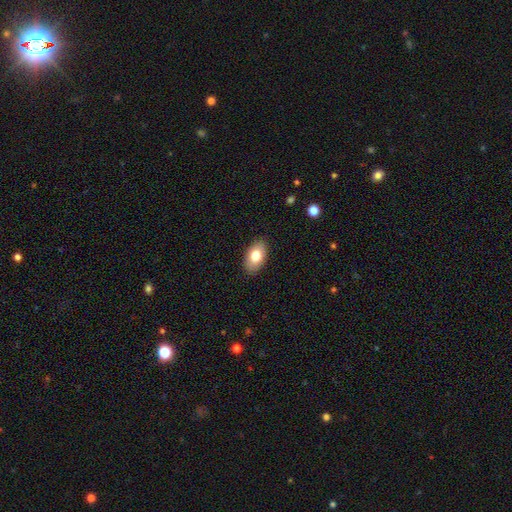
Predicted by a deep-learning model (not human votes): smooth_or_featured: smooth (p=0.79) [alt: featured or disk p=0.14]
how_rounded: in between (p=0.92) [alt: round p=0.06]
merging: none (p=0.87) [alt: minor disturbance p=0.10]